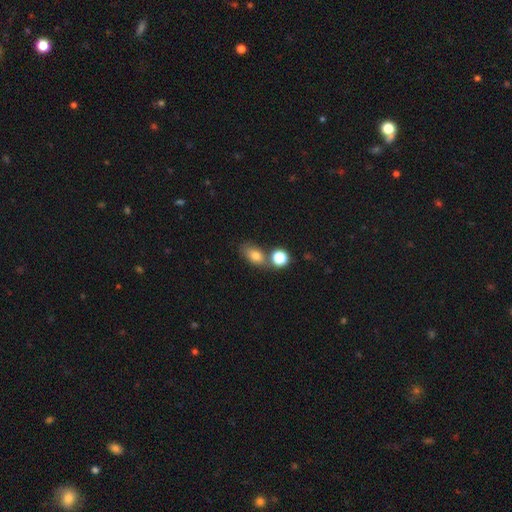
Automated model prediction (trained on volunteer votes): Morphology: type=smooth (76%); roundness=in between (75%); merging=none (55%).